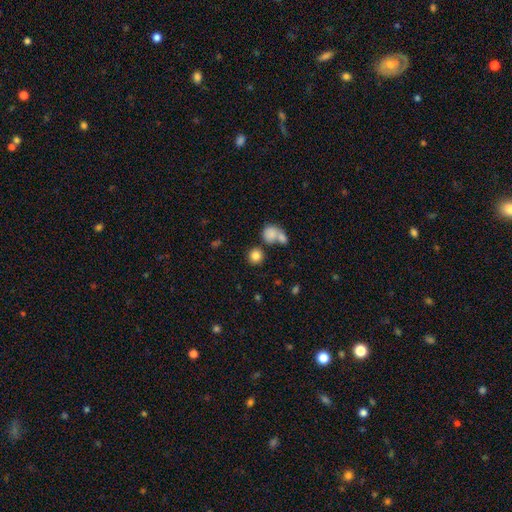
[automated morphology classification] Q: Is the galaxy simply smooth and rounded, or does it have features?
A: smooth — 83%.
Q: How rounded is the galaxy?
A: round — 89%.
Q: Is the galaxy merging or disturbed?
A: none — 70%.